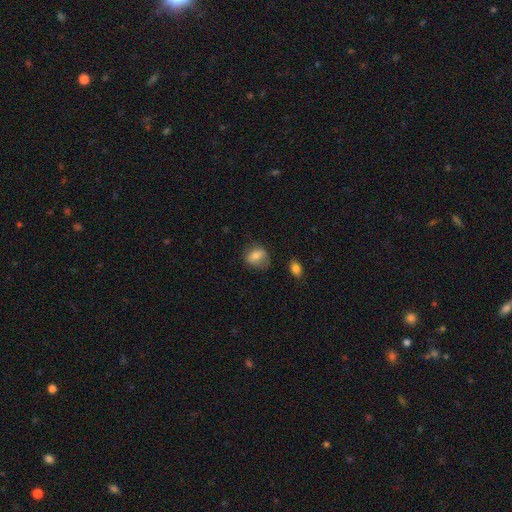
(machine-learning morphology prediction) This appears to be a smooth galaxy with no disk features (77%) that is in between round and cigar-shaped (53%). Merging: none (66%).